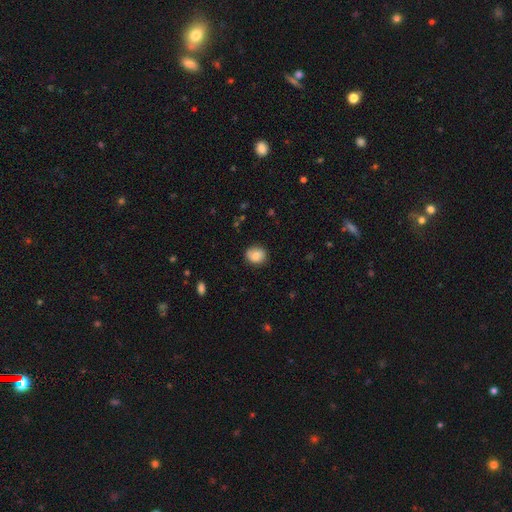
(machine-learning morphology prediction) Smooth or featured? smooth (83%)
How rounded? round (64%)
Merging? none (83%)